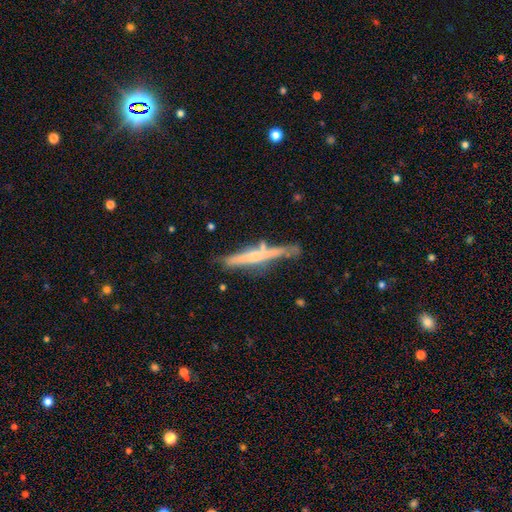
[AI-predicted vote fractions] Smooth or featured? Predicted: featured or disk (p=0.63). Edge-on disk? Predicted: yes (p=0.95). Edge-on bulge? Predicted: rounded (p=0.62). Merging? Predicted: none (p=0.66).